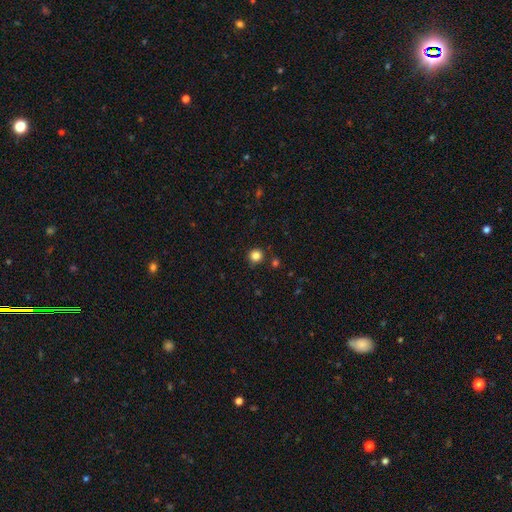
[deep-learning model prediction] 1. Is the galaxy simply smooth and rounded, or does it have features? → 83% smooth, 12% star or artifact, 4% featured or disk.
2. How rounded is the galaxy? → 94% round, 5% in between, 1% cigar-shaped.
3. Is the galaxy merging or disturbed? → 88% none, 7% minor disturbance, 3% merger, 2% major disturbance.